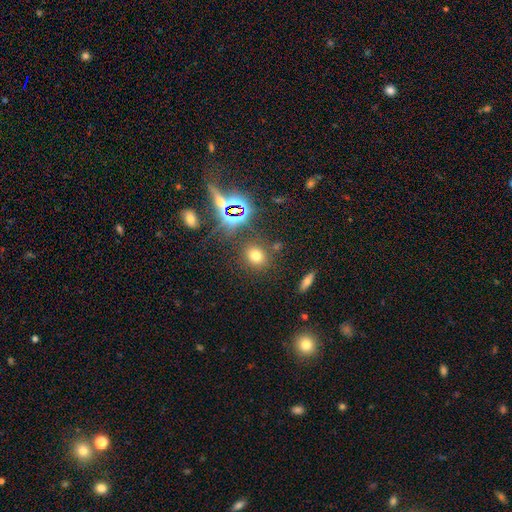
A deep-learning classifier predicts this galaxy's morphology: The model was most divided on "how rounded": round: 67%, in between: 31%, cigar-shaped: 2%. More confident: merging — none (83%); smooth or featured — smooth (65%).